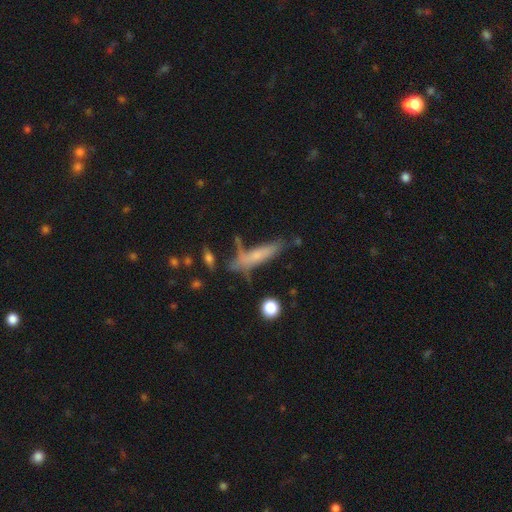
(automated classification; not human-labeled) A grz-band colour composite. It shows a smooth galaxy with no disk features (57%) that is cigar-shaped (78%). Merging: none (56%).